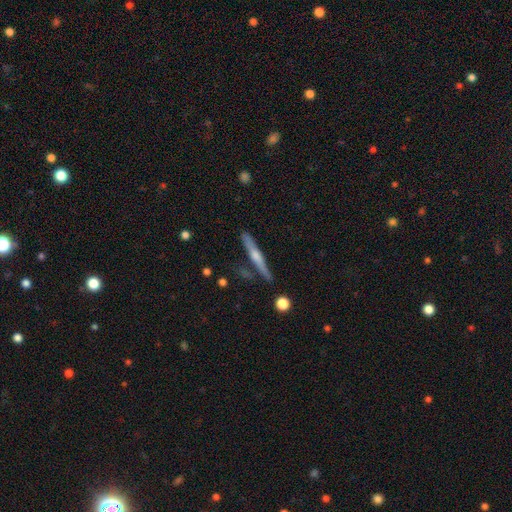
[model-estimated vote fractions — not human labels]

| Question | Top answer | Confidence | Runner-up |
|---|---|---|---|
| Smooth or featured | featured or disk | 71% | smooth (21%) |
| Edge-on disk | yes | 96% | no (4%) |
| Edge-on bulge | rounded | 78% | none (15%) |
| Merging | none | 80% | minor disturbance (12%) |